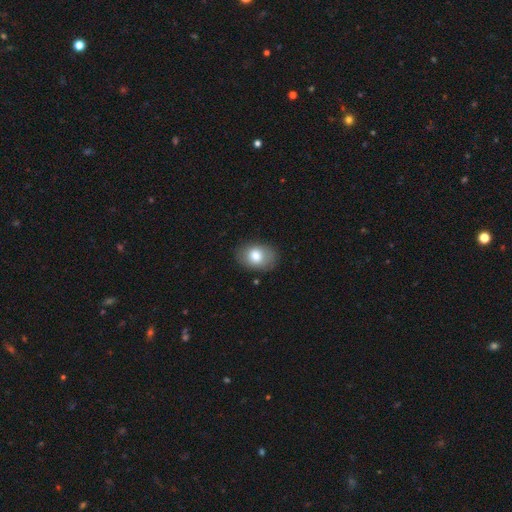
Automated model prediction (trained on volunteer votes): smooth_or_featured: smooth (p=0.79) [alt: featured or disk p=0.14]
how_rounded: in between (p=0.77) [alt: round p=0.22]
merging: none (p=0.81) [alt: minor disturbance p=0.14]